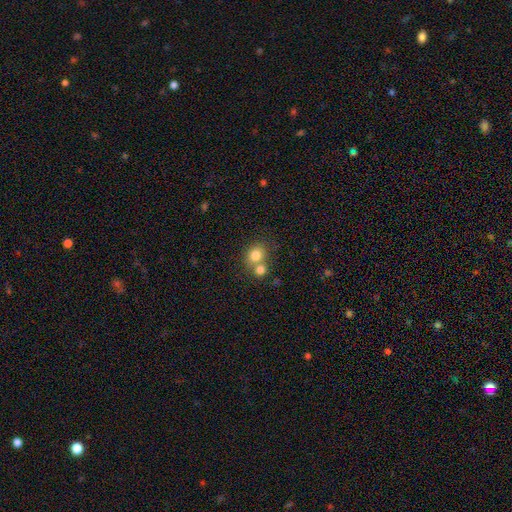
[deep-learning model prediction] Smooth or featured?
  - smooth: 80% *
  - star or artifact: 11%
  - featured or disk: 9%
How rounded?
  - round: 68% *
  - in between: 31%
  - cigar-shaped: 1%
Merging?
  - none: 47% *
  - merger: 41%
  - minor disturbance: 8%
  - major disturbance: 3%